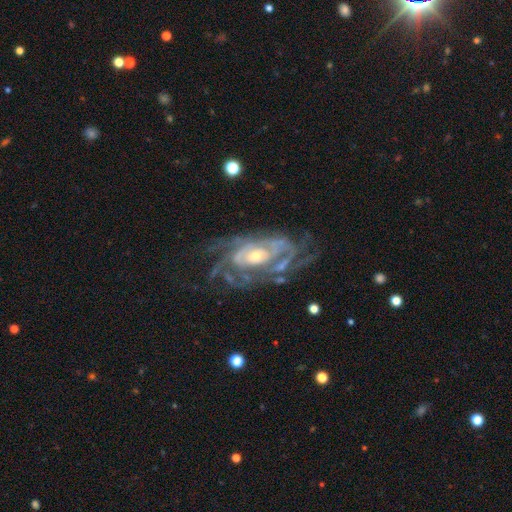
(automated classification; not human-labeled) Smooth or featured? featured or disk (88%)
Edge-on disk? no (95%)
Bar? no (67%)
Spiral arms? yes (94%)
Spiral winding? tight (64%)
Spiral arm count? can't tell (34%)
Bulge size? small (48%)
Merging? none (61%)